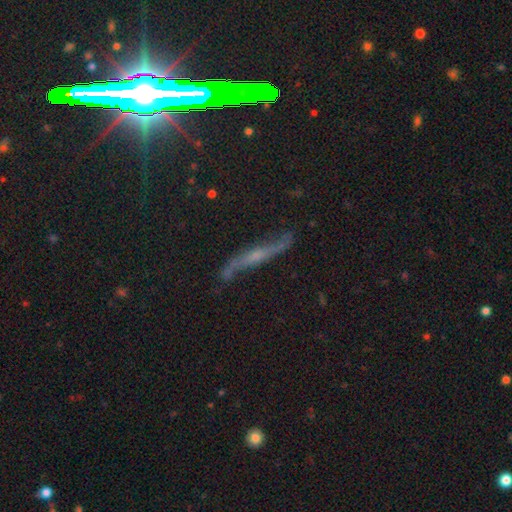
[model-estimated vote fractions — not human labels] Smooth or featured? featured or disk (70%)
Edge-on disk? yes (52%)
Merging? none (68%)